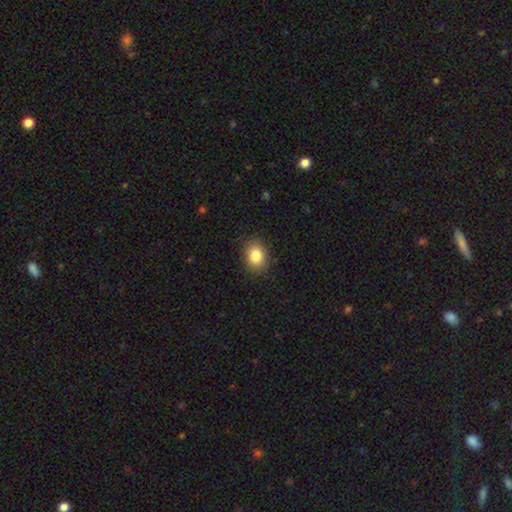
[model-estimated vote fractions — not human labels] Q: Smooth or featured?
A: smooth (85%); runner-up: star or artifact (9%)
Q: How rounded?
A: in between (64%); runner-up: round (35%)
Q: Merging?
A: none (87%); runner-up: minor disturbance (10%)